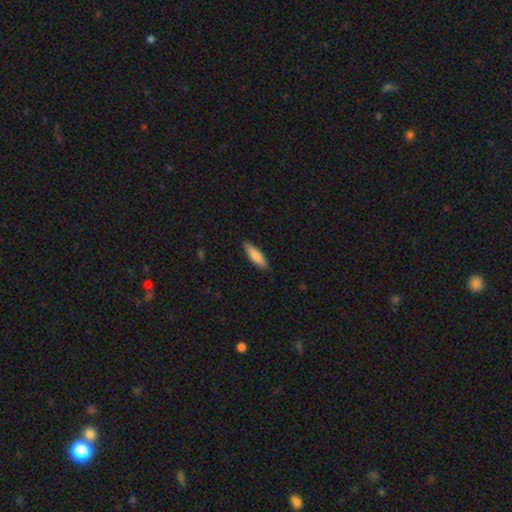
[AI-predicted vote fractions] Smooth or featured? smooth (81%)
How rounded? cigar-shaped (57%)
Merging? none (87%)